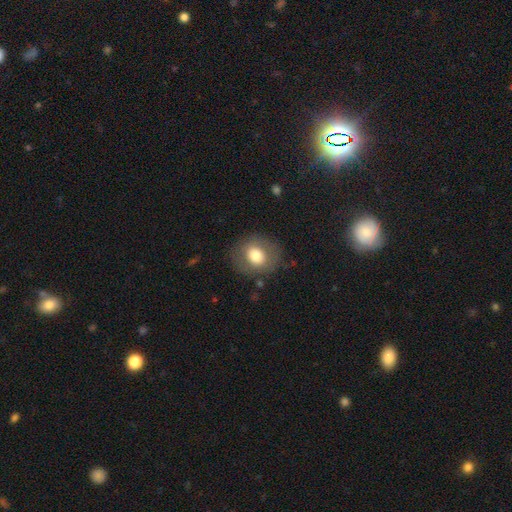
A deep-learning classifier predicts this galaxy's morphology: Smooth or featured? Predicted: smooth (p=0.72). How rounded? Predicted: round (p=0.68). Merging? Predicted: none (p=0.81).